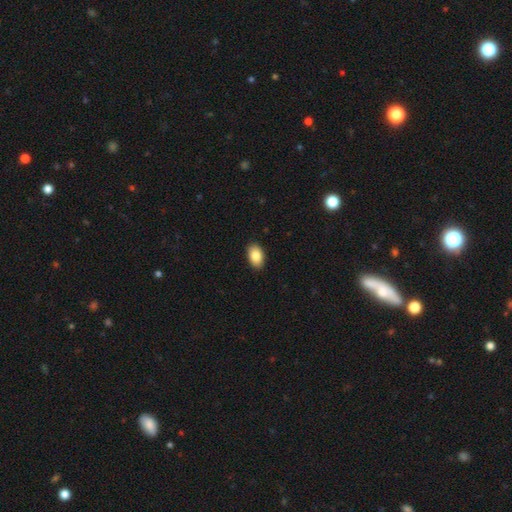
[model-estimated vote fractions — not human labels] A smooth galaxy with no disk features (87%) that is in between round and cigar-shaped (92%).

Vote fractions:
- Smooth or featured? smooth: 87% / star or artifact: 7% / featured or disk: 6%
- How rounded? in between: 92% / round: 7% / cigar-shaped: 1%
- Merging? none: 90% / minor disturbance: 8% / major disturbance: 2% / merger: 1%